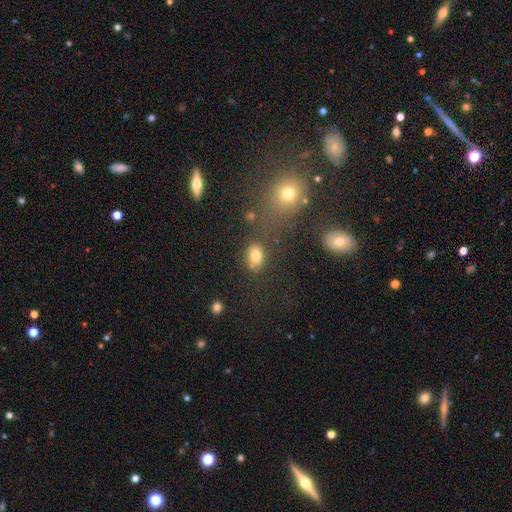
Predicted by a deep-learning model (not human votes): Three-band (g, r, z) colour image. It shows a smooth galaxy with no disk features (77%) that is in between round and cigar-shaped (72%). Merging: none (66%).